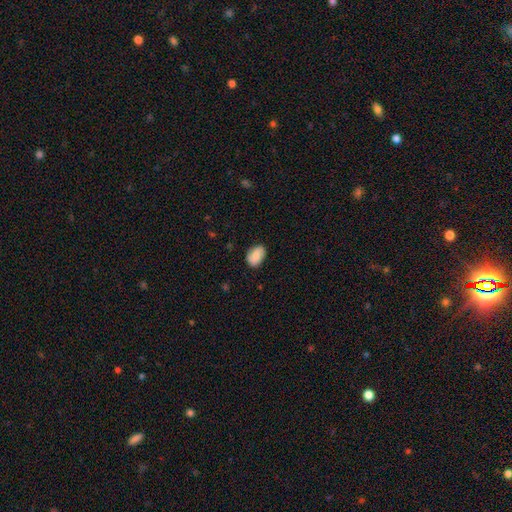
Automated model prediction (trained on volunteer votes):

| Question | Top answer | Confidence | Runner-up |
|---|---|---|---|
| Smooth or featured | smooth | 69% | featured or disk (23%) |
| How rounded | in between | 83% | round (15%) |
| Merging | none | 80% | minor disturbance (15%) |